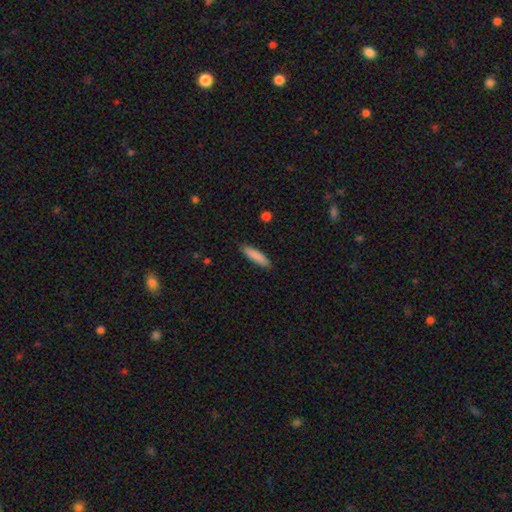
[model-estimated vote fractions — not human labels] Overall: smooth (86%). How rounded: cigar-shaped (78%). Merging: none (88%).